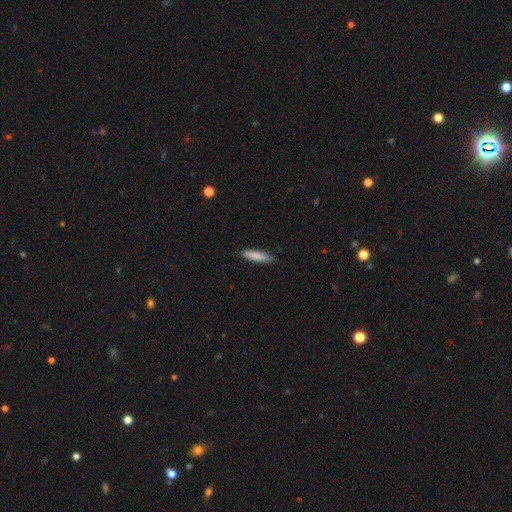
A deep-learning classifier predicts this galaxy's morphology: Smooth or featured? smooth (86%)
How rounded? cigar-shaped (79%)
Merging? none (88%)